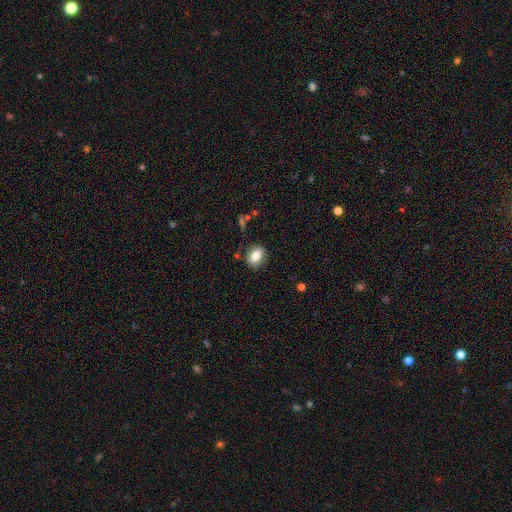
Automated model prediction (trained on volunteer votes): A smooth galaxy with no disk features (76%) that is in between round and cigar-shaped (55%). Merging: none (77%).